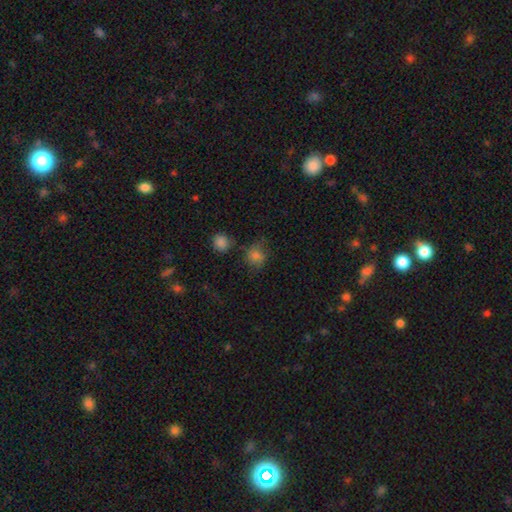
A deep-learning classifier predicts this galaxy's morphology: Smooth or featured?
  - smooth: 76% *
  - star or artifact: 15%
  - featured or disk: 9%
How rounded?
  - round: 76% *
  - in between: 23%
  - cigar-shaped: 1%
Merging?
  - none: 62% *
  - minor disturbance: 22%
  - major disturbance: 9%
  - merger: 7%